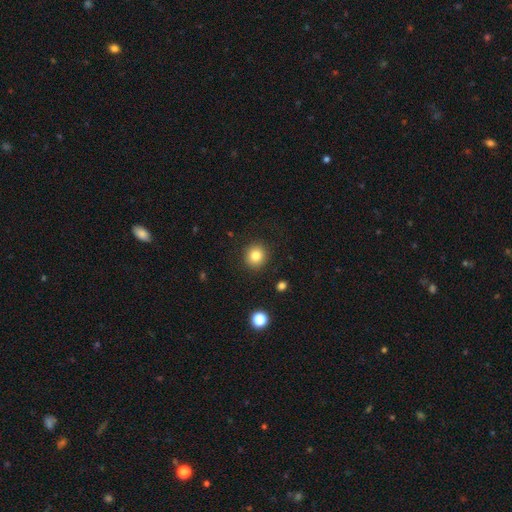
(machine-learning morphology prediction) Smooth or featured? smooth (82%)
How rounded? round (89%)
Merging? none (91%)